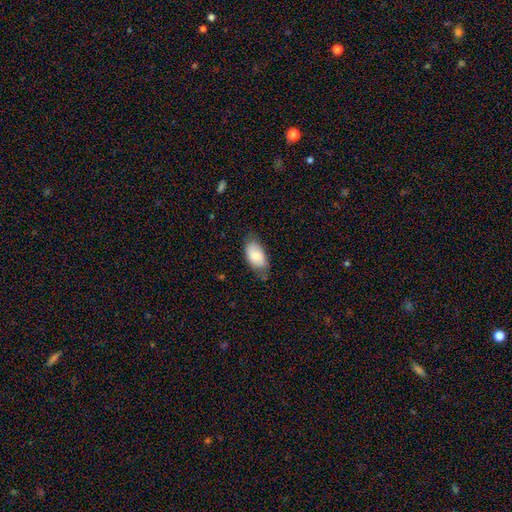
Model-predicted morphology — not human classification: smooth_or_featured: smooth (p=0.80) [alt: featured or disk p=0.14]
how_rounded: in between (p=0.94) [alt: round p=0.03]
merging: none (p=0.65) [alt: minor disturbance p=0.28]